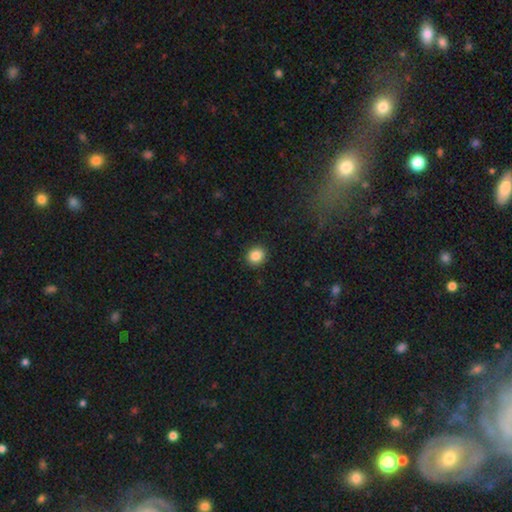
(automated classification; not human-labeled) Morphology: type=smooth (86%); roundness=round (78%); merging=none (91%).